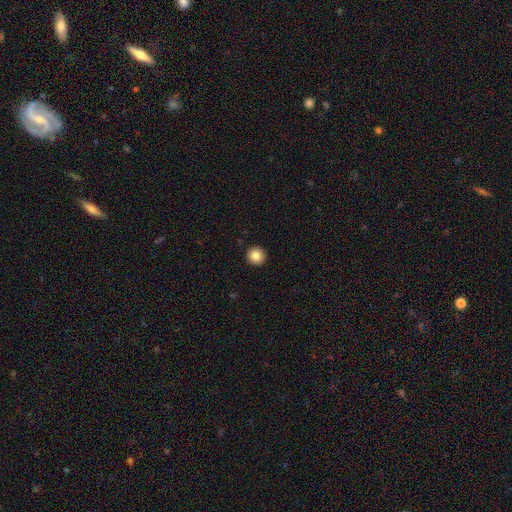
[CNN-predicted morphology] Overall: smooth (85%). How rounded: round (96%). Merging: none (94%).